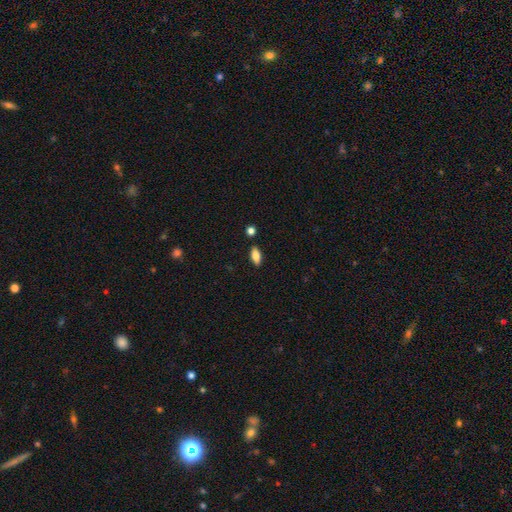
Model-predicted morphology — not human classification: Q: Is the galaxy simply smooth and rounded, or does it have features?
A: smooth — 77%.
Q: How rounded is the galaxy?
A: in between — 84%.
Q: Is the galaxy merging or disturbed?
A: none — 86%.